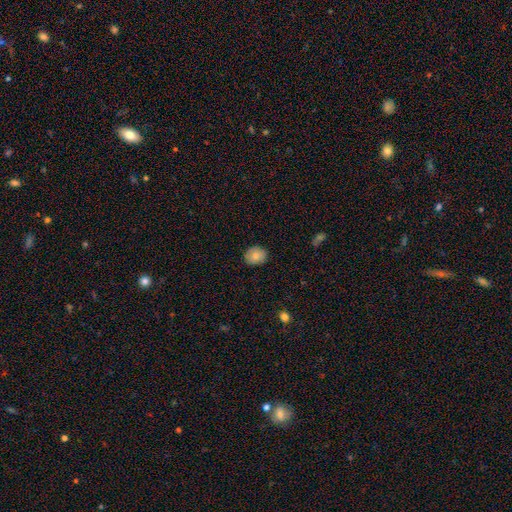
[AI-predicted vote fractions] A smooth galaxy with no disk features (83%) that is round (67%). Merging: none (85%).